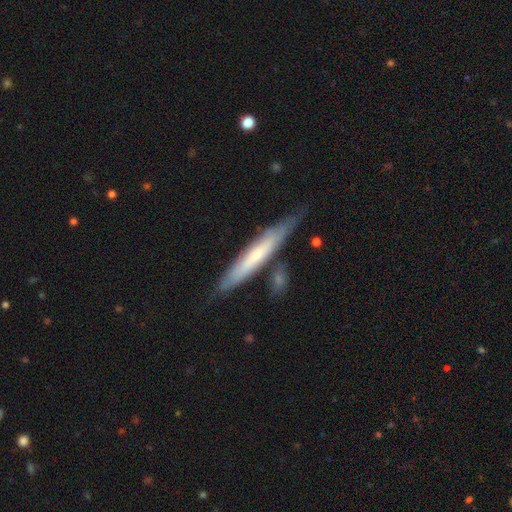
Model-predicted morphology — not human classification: This is possibly a featured or disk galaxy (49%). Merging: likely none (72%).